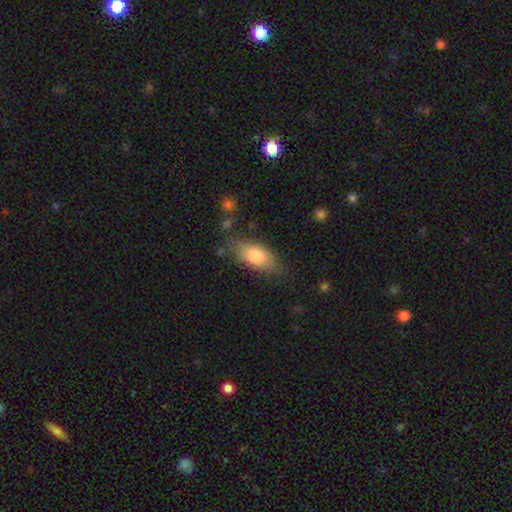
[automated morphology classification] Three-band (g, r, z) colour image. It shows a smooth galaxy with no disk features (78%) that is in between round and cigar-shaped (84%). Merging: none (73%).